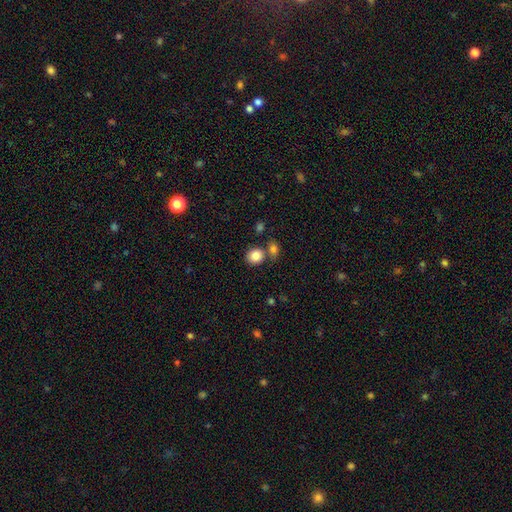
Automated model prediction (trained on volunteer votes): This is clearly a smooth galaxy (85%). How rounded: clearly round (81%). Merging: likely none (66%).